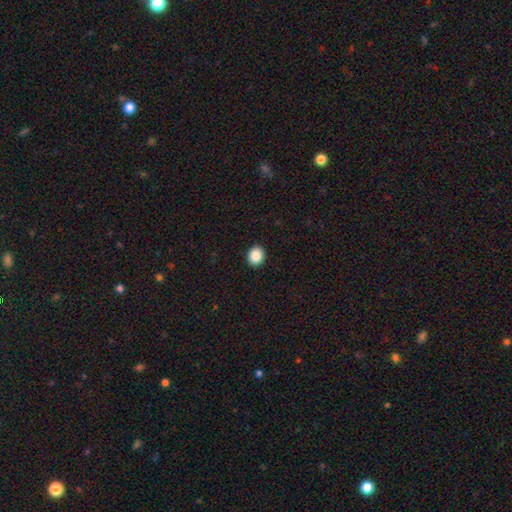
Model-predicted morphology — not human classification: This appears to be a smooth galaxy with no disk features (88%) that is round (66%). Merging: none (92%).